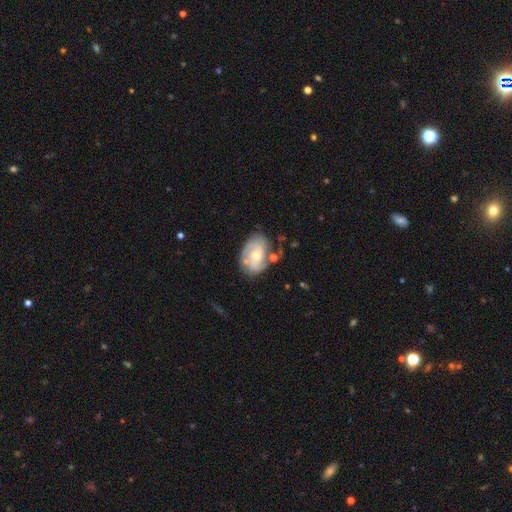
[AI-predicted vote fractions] smooth-or-featured: featured or disk: 71% | smooth: 23% | star or artifact: 6%
  disk-edge-on: no: 96% | yes: 4%
    bar: no: 70% | weak: 26% | strong: 4%
    has-spiral-arms: yes: 86% | no: 14%
      spiral-winding: tight: 46% | medium: 38% | loose: 16%
      spiral-arm-count: 2: 53% | can't tell: 26% | 3: 11% | 1: 5% | 4: 3% | more than 4: 2%
    bulge-size: moderate: 50% | small: 45% | large: 3% | none: 1% | dominant: 1%
  merging: none: 63% | minor disturbance: 21% | major disturbance: 8% | merger: 8%